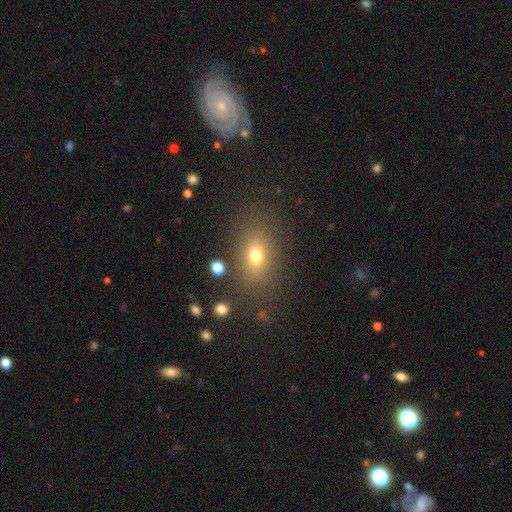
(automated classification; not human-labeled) smooth-or-featured: smooth: 72% | star or artifact: 15% | featured or disk: 13%
  how-rounded: in between: 77% | round: 19% | cigar-shaped: 4%
  merging: none: 81% | minor disturbance: 11% | major disturbance: 5% | merger: 3%